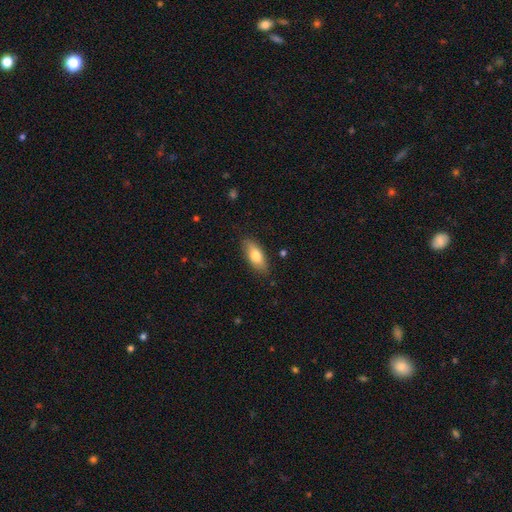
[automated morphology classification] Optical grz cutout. It shows a smooth galaxy with no disk features (75%) that is in between round and cigar-shaped (78%). Merging: none (85%).